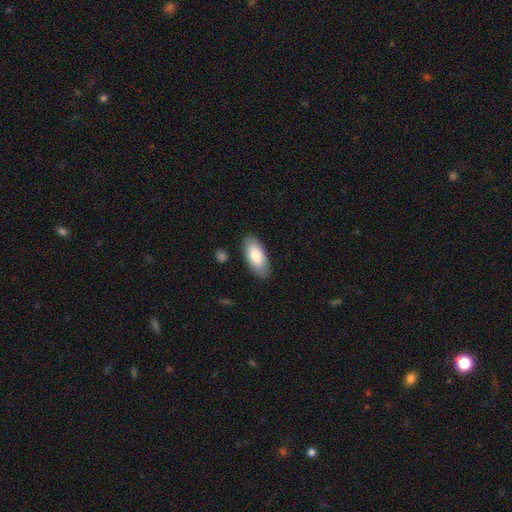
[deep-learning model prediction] Smooth or featured? smooth (80%)
How rounded? in between (87%)
Merging? none (87%)